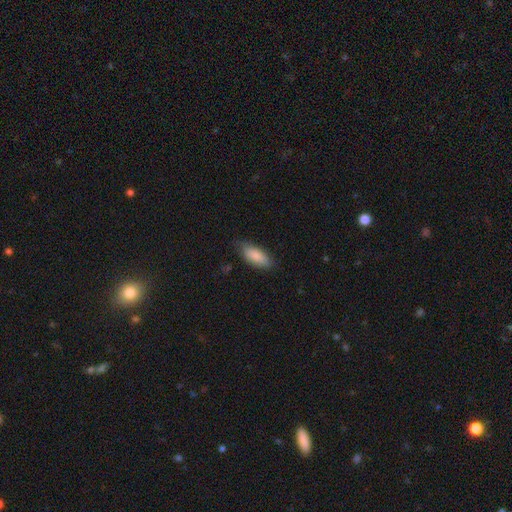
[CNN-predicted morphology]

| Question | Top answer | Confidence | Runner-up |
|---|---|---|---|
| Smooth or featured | smooth | 86% | featured or disk (8%) |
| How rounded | in between | 81% | cigar-shaped (18%) |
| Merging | none | 74% | minor disturbance (21%) |